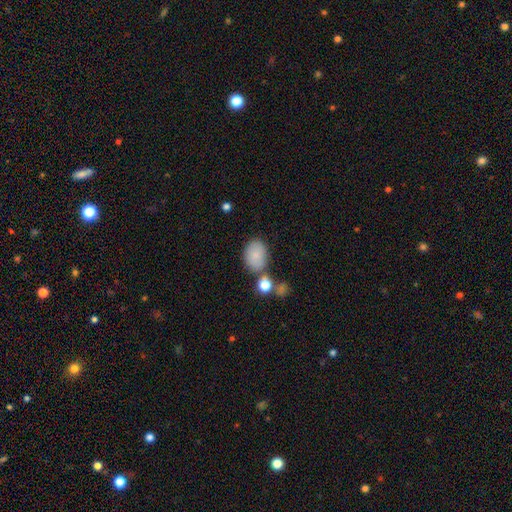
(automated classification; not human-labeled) This appears to be a smooth galaxy with no disk features (83%) that is in between round and cigar-shaped (83%). Merging: none (66%).